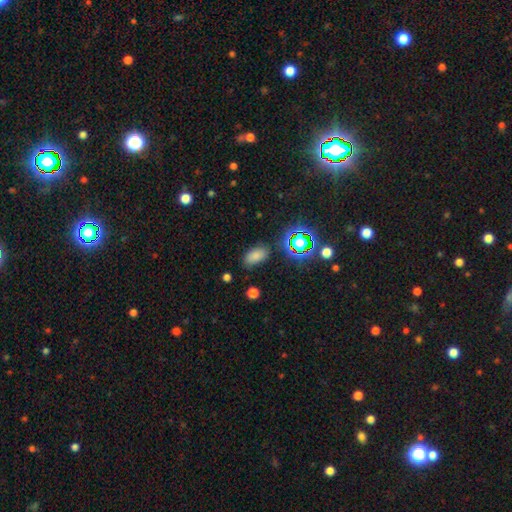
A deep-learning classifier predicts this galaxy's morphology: smooth 74%, star or artifact 19%, featured or disk 7%. Down the decision tree: how rounded — in between (90%); merging — none (78%).